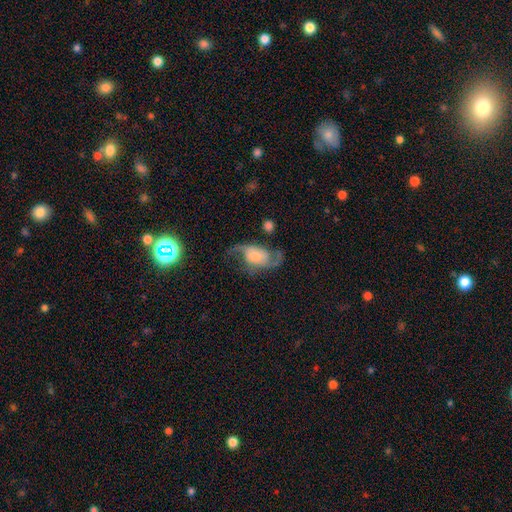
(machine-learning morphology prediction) This appears to be a featured or disk galaxy (71%) with no bar (64%), 2 (88%) loose (63%) spiral arms (90%) and a small central bulge (33%). Merging: none (49%).